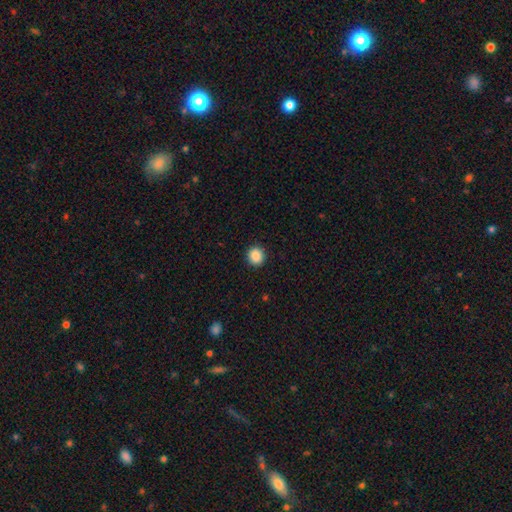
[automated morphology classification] type=smooth (89%); roundness=round (91%); merging=none (93%).